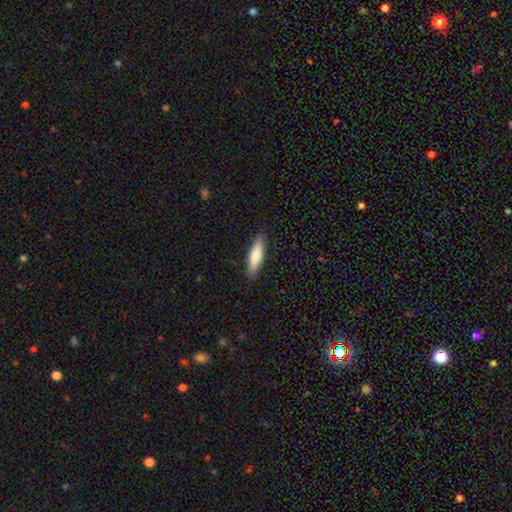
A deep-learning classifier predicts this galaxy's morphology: Q: Smooth or featured?
A: smooth (75%); runner-up: featured or disk (19%)
Q: How rounded?
A: cigar-shaped (70%); runner-up: in between (29%)
Q: Merging?
A: none (89%); runner-up: minor disturbance (8%)